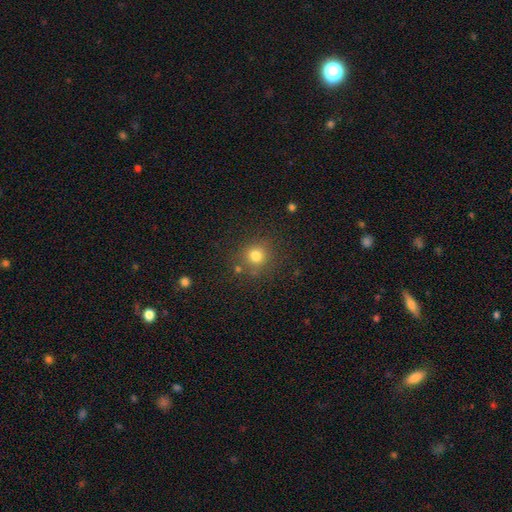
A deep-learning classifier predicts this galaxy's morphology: Q: Smooth or featured?
A: smooth (77%); runner-up: star or artifact (16%)
Q: How rounded?
A: round (92%); runner-up: in between (8%)
Q: Merging?
A: none (82%); runner-up: minor disturbance (10%)